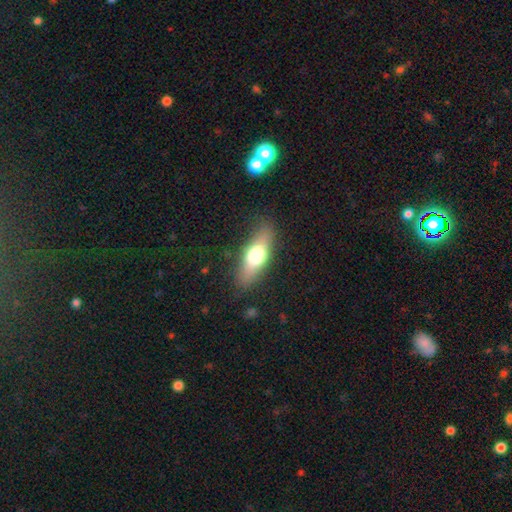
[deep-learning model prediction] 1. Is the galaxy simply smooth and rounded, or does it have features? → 60% smooth, 33% featured or disk, 7% star or artifact.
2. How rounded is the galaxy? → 58% in between, 38% cigar-shaped, 4% round.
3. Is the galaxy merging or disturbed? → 83% none, 12% minor disturbance, 4% major disturbance, 1% merger.